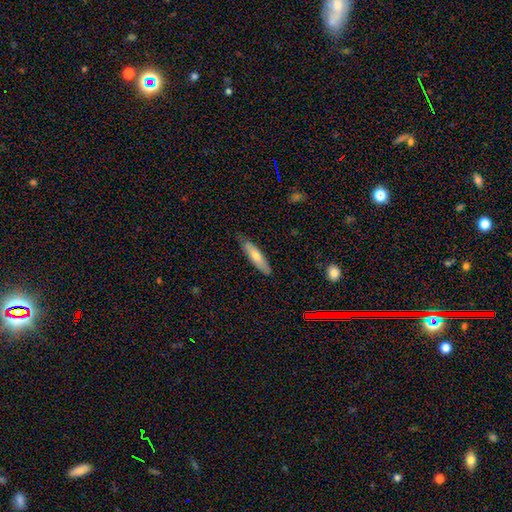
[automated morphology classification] Q: Smooth or featured?
A: smooth (65%); runner-up: featured or disk (29%)
Q: How rounded?
A: cigar-shaped (73%); runner-up: in between (25%)
Q: Merging?
A: none (81%); runner-up: minor disturbance (16%)